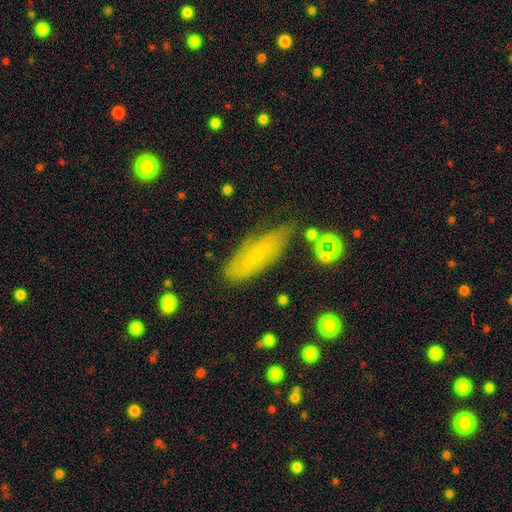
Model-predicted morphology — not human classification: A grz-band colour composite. It shows a smooth galaxy with no disk features (58%) that is in between round and cigar-shaped (59%). Merging: none (66%).